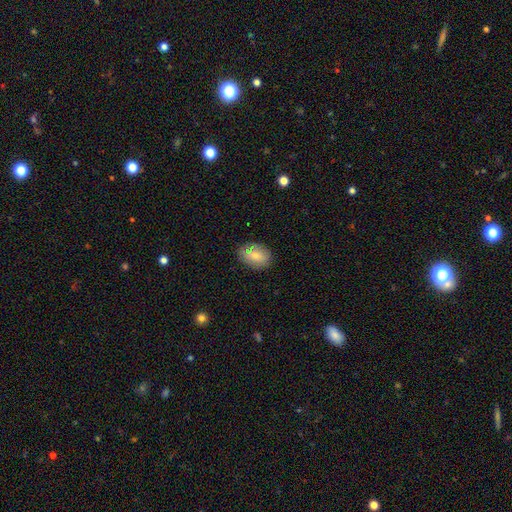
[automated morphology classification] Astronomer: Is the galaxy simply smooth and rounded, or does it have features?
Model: smooth — 69%.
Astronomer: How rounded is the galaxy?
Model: in between — 78%.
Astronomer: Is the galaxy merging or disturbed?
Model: none — 72%.